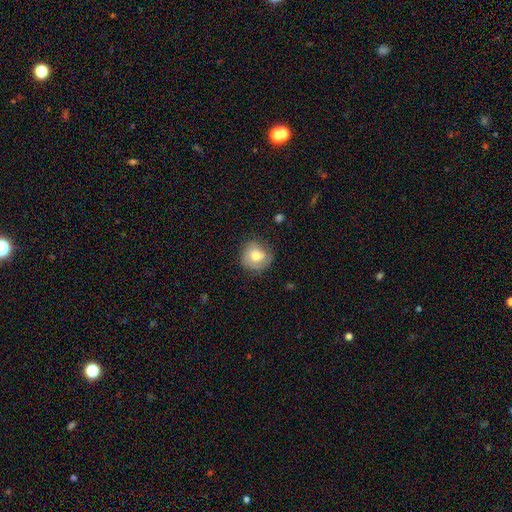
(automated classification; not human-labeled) Smooth or featured? Predicted: smooth (p=0.68). How rounded? Predicted: round (p=0.84). Merging? Predicted: none (p=0.68).